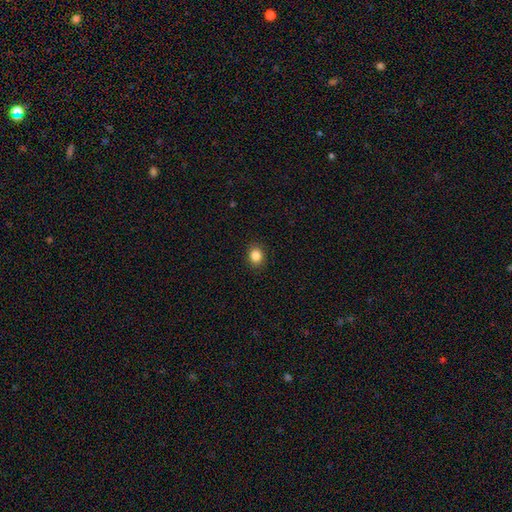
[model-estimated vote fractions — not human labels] Smooth or featured? smooth (85%)
How rounded? round (61%)
Merging? none (90%)